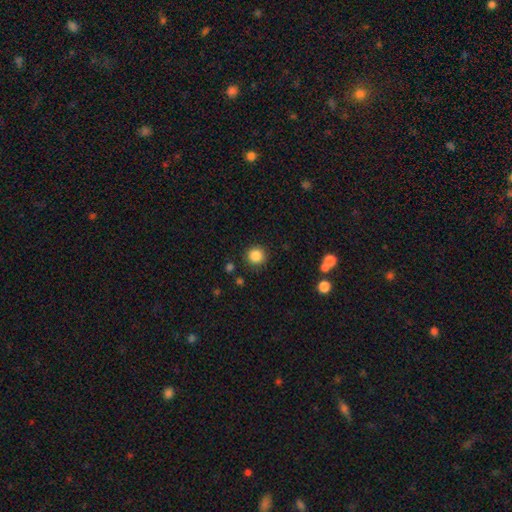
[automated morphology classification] Smooth or featured: smooth — 86% (star or artifact — 10%)
How rounded: round — 93% (in between — 6%)
Merging: none — 89% (minor disturbance — 7%)